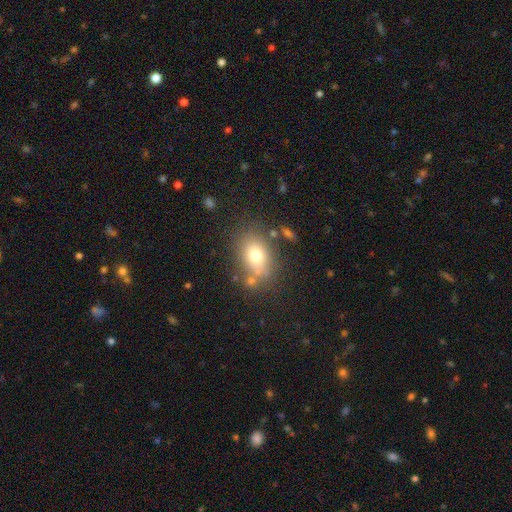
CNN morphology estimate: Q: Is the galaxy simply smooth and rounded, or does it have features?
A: smooth — 73%.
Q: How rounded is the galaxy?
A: in between — 69%.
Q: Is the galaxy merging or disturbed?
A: none — 70%.